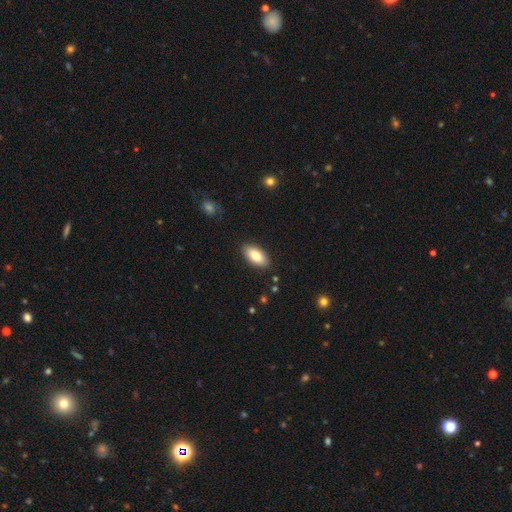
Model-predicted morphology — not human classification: smooth_or_featured: smooth (p=0.83) [alt: featured or disk p=0.11]
how_rounded: in between (p=0.91) [alt: cigar-shaped p=0.07]
merging: none (p=0.88) [alt: minor disturbance p=0.09]